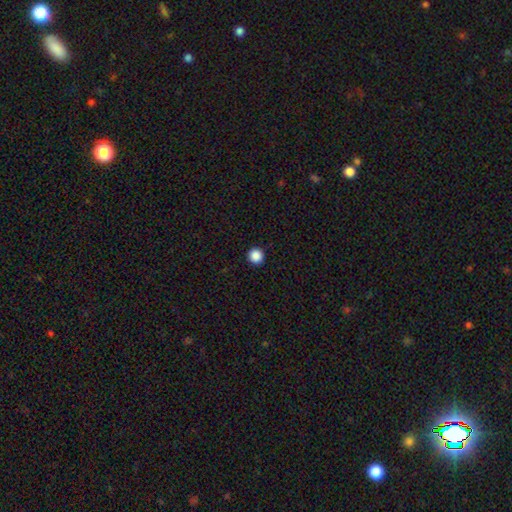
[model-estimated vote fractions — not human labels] Q: Smooth or featured?
A: smooth (87%); runner-up: star or artifact (10%)
Q: How rounded?
A: round (96%); runner-up: in between (3%)
Q: Merging?
A: none (94%); runner-up: minor disturbance (4%)